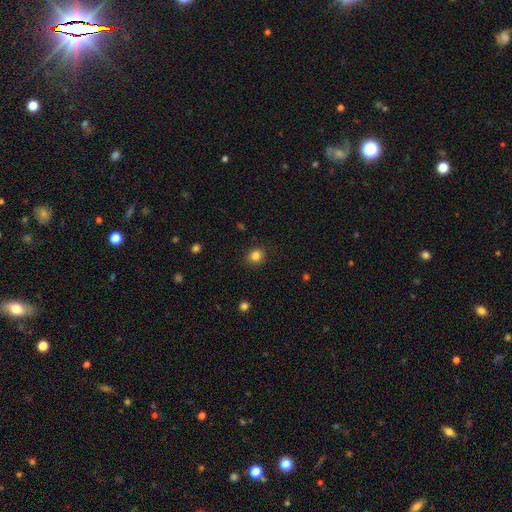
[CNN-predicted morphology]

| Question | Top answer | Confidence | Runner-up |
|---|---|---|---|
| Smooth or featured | smooth | 84% | star or artifact (12%) |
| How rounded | round | 83% | in between (16%) |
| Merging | none | 89% | minor disturbance (7%) |